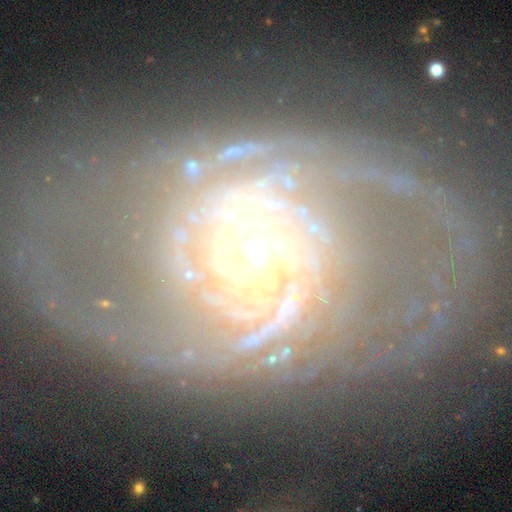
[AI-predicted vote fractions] A featured or disk galaxy (90%) with no bar (55%), 2 (64%) tight (49%) spiral arms (95%) and a moderate central bulge (61%).

Vote fractions:
- Smooth or featured? featured or disk: 90% / star or artifact: 5% / smooth: 5%
- Edge-on disk? no: 96% / yes: 4%
- Bar? no: 55% / weak: 31% / strong: 14%
- Spiral arms? yes: 95% / no: 5%
- Spiral winding? tight: 49% / medium: 39% / loose: 11%
- Spiral arm count? 2: 64% / can't tell: 13% / 3: 11% / 4: 4% / 1: 4% / more than 4: 4%
- Bulge size? moderate: 61% / small: 28% / large: 8% / dominant: 1% / none: 1%
- Merging? none: 68% / minor disturbance: 16% / major disturbance: 10% / merger: 7%